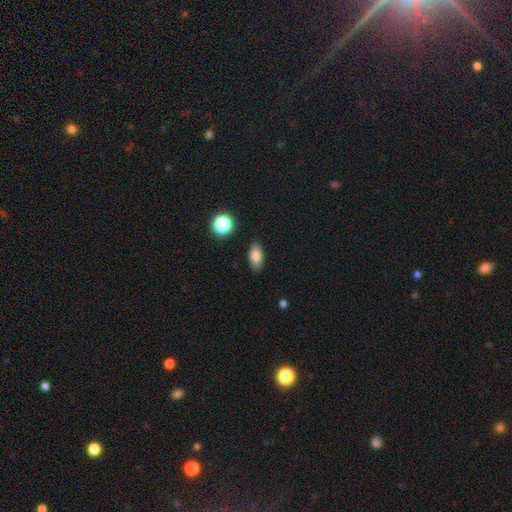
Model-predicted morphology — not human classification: A smooth galaxy with no disk features (81%) that is in between round and cigar-shaped (88%). Merging: none (86%).